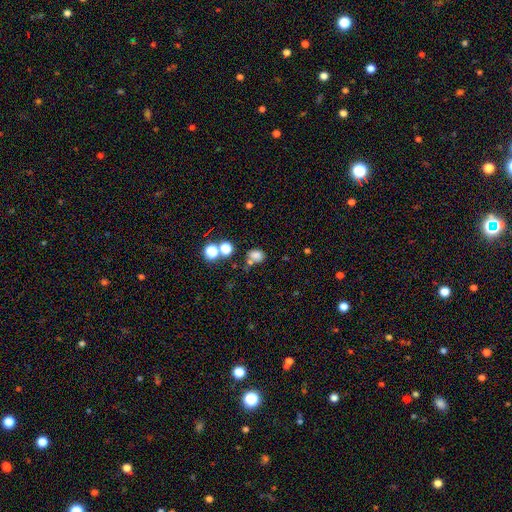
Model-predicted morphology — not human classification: smooth_or_featured: smooth (p=0.74) [alt: star or artifact p=0.18]
how_rounded: in between (p=0.57) [alt: round p=0.42]
merging: none (p=0.53) [alt: merger p=0.24]